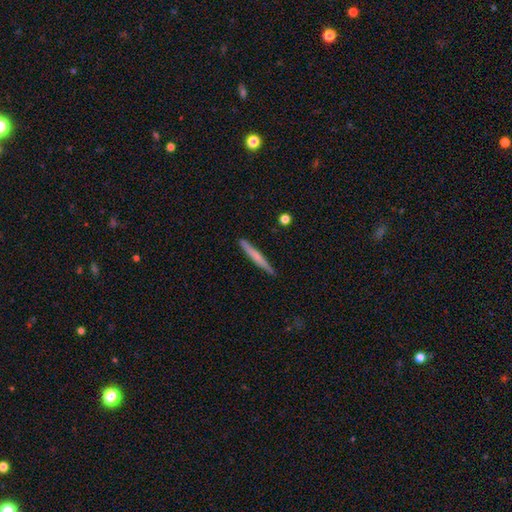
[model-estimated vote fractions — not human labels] smooth 58%, featured or disk 37%, star or artifact 5%. Down the decision tree: how rounded — cigar-shaped (96%); merging — none (89%).